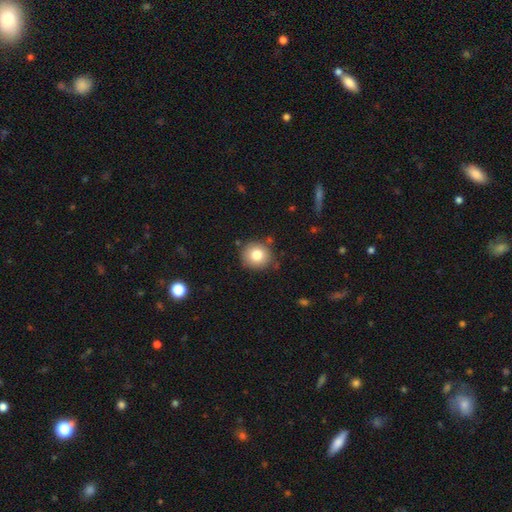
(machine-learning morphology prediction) A smooth galaxy with no disk features (78%) that is round (91%).

Vote fractions:
- Smooth or featured? smooth: 78% / star or artifact: 13% / featured or disk: 10%
- How rounded? round: 91% / in between: 8% / cigar-shaped: 1%
- Merging? none: 86% / minor disturbance: 9% / major disturbance: 2% / merger: 2%